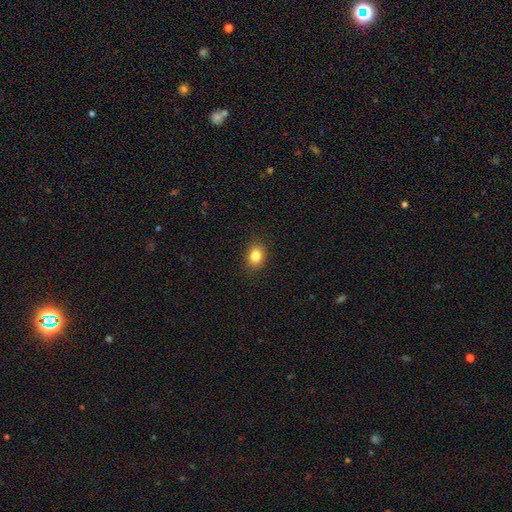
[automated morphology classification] The model was most divided on "how rounded": in between: 60%, round: 39%, cigar-shaped: 1%. More confident: merging — none (88%); smooth or featured — smooth (83%).